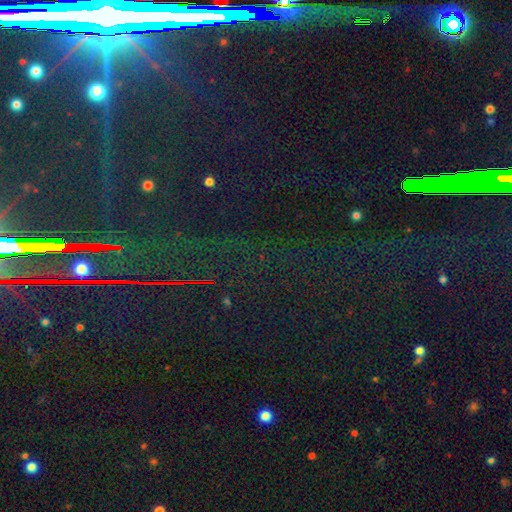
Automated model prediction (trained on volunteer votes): This appears to be a star or artifact, not a galaxy (85%).